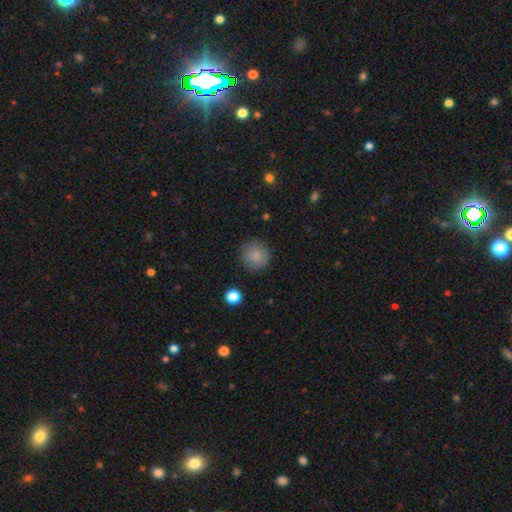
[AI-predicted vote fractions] Q: Smooth or featured?
A: smooth (85%); runner-up: star or artifact (9%)
Q: How rounded?
A: round (94%); runner-up: in between (5%)
Q: Merging?
A: none (86%); runner-up: minor disturbance (10%)